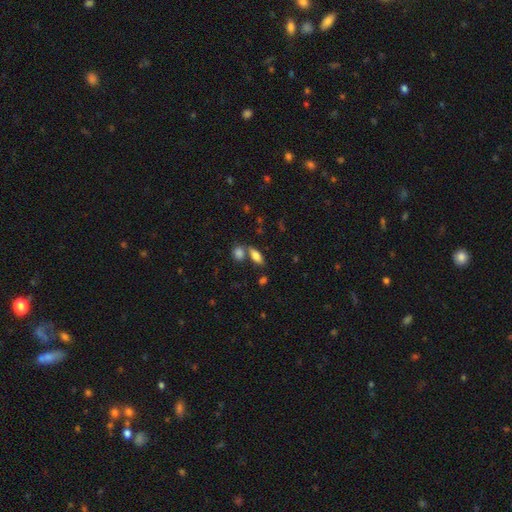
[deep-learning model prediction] A smooth galaxy with no disk features (80%) that is in between round and cigar-shaped (81%). Merging: none (59%).